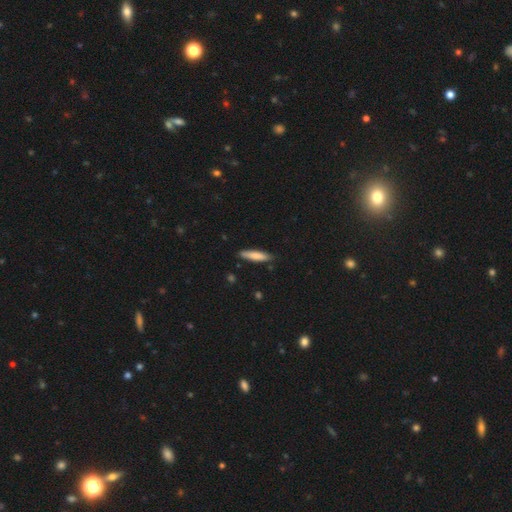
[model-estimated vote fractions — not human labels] Smooth or featured?
  - smooth: 77% *
  - featured or disk: 17%
  - star or artifact: 6%
How rounded?
  - cigar-shaped: 77% *
  - in between: 21%
  - round: 1%
Merging?
  - none: 85% *
  - minor disturbance: 12%
  - major disturbance: 2%
  - merger: 2%